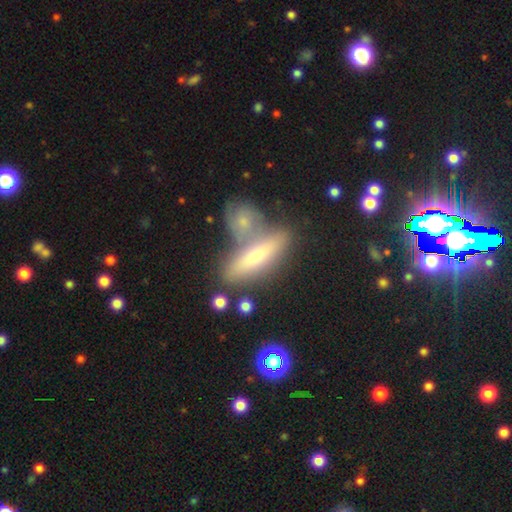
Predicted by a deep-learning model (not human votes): The model was most divided on "smooth or featured": smooth: 53%, featured or disk: 38%, star or artifact: 9%. More confident: how rounded — cigar-shaped (62%); merging — none (53%).